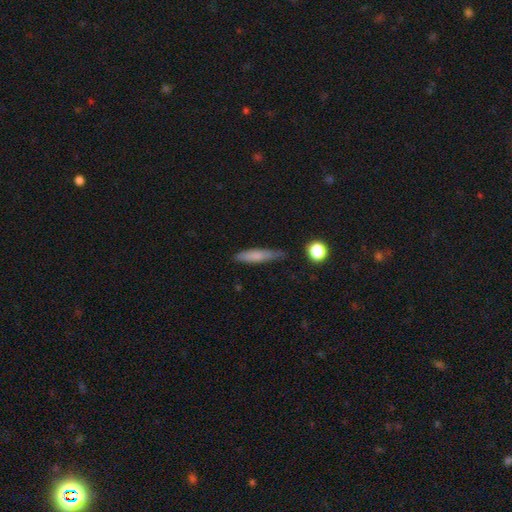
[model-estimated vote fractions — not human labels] This is likely a smooth galaxy (73%). How rounded: clearly cigar-shaped (80%). Merging: likely none (73%).